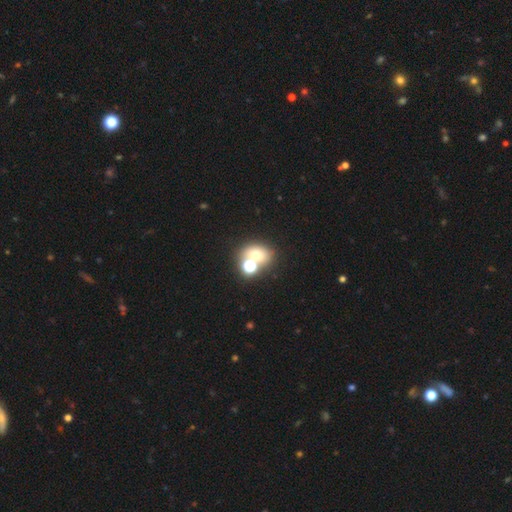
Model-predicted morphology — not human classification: Smooth or featured? Predicted: smooth (p=0.63). How rounded? Predicted: round (p=0.52). Merging? Predicted: none (p=0.46).